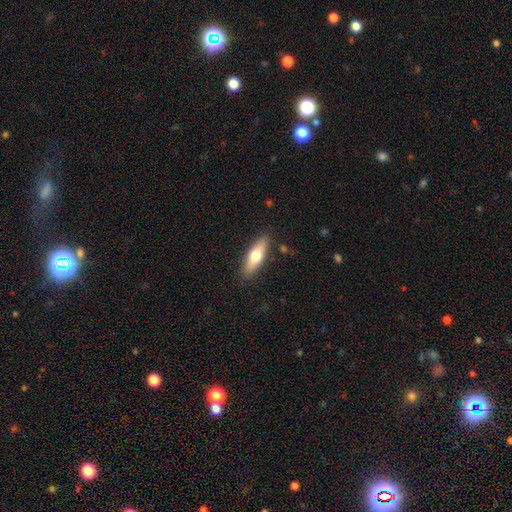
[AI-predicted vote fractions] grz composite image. It shows a smooth galaxy with no disk features (61%) that is in between round and cigar-shaped (51%). Merging: none (86%).